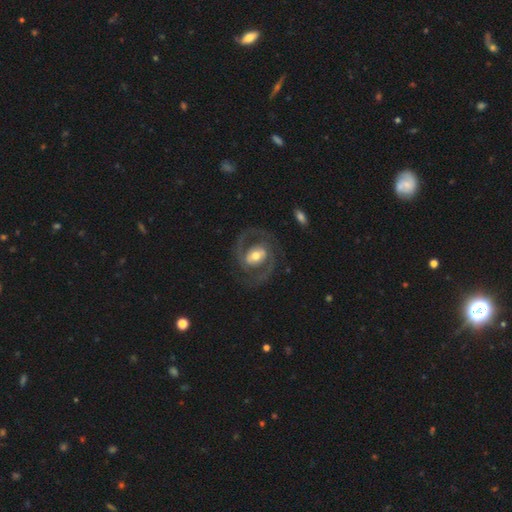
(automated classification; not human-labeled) A featured or disk galaxy (87%) with a weak bar (39%), 2 (92%) medium (58%) spiral arms (92%) and a moderate central bulge (67%).

Vote fractions:
- Smooth or featured? featured or disk: 87% / smooth: 9% / star or artifact: 4%
- Edge-on disk? no: 97% / yes: 3%
- Bar? weak: 39% / no: 31% / strong: 30%
- Spiral arms? yes: 92% / no: 8%
- Spiral winding? medium: 58% / tight: 26% / loose: 16%
- Spiral arm count? 2: 92% / can't tell: 3% / 1: 2% / 3: 2% / 4: 1% / more than 4: 1%
- Bulge size? moderate: 67% / small: 16% / large: 15% / dominant: 1% / none: 1%
- Merging? none: 78% / minor disturbance: 12% / major disturbance: 9% / merger: 1%